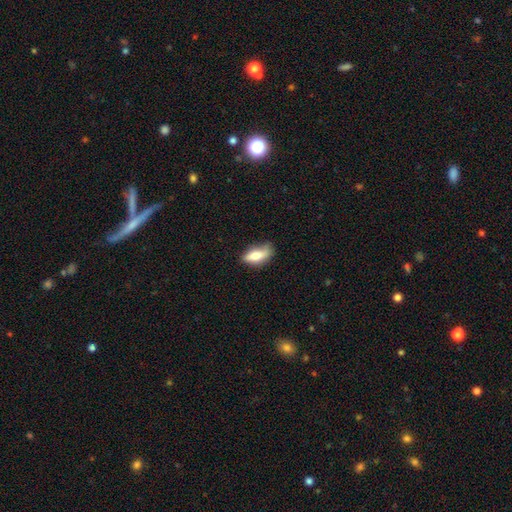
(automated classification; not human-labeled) Smooth or featured? smooth (70%)
How rounded? in between (76%)
Merging? none (59%)